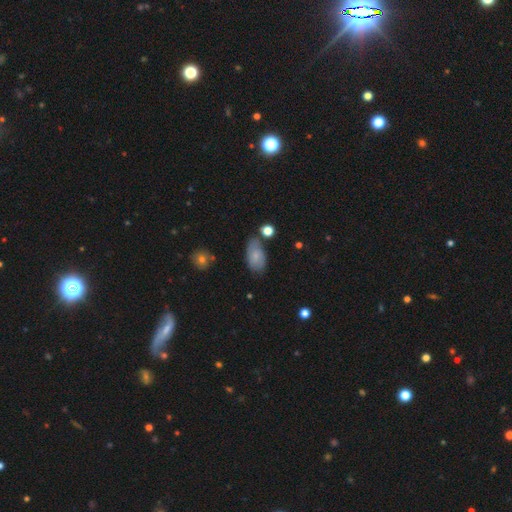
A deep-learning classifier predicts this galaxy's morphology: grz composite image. It shows a smooth galaxy with no disk features (70%) that is in between round and cigar-shaped (92%). Merging: none (58%).